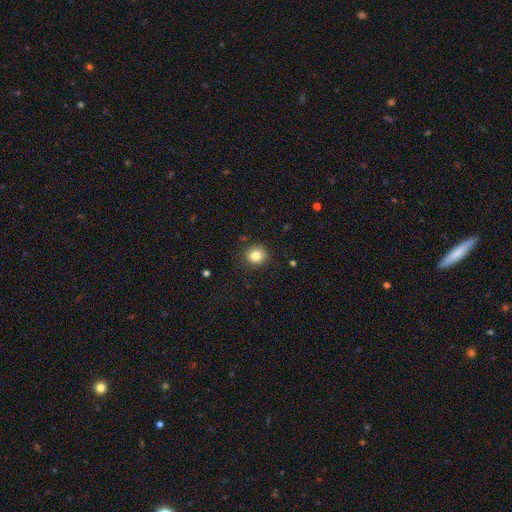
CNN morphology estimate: The model was most divided on "smooth or featured": smooth: 83%, star or artifact: 11%, featured or disk: 6%. More confident: how rounded — round (91%); merging — none (88%).